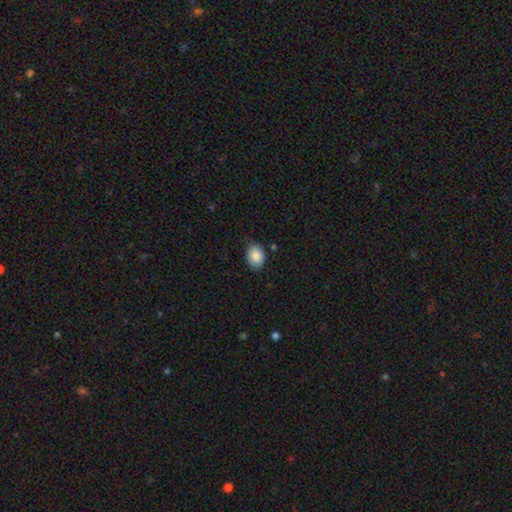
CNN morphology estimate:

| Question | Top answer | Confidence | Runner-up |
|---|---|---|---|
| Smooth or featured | smooth | 87% | star or artifact (7%) |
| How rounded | in between | 64% | round (35%) |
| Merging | none | 77% | minor disturbance (19%) |